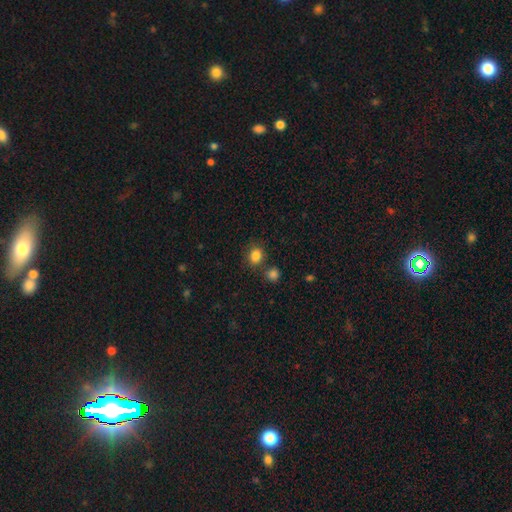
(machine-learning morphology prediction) Overall: smooth (84%). How rounded: round (59%; in between 41%). Merging: none (72%).